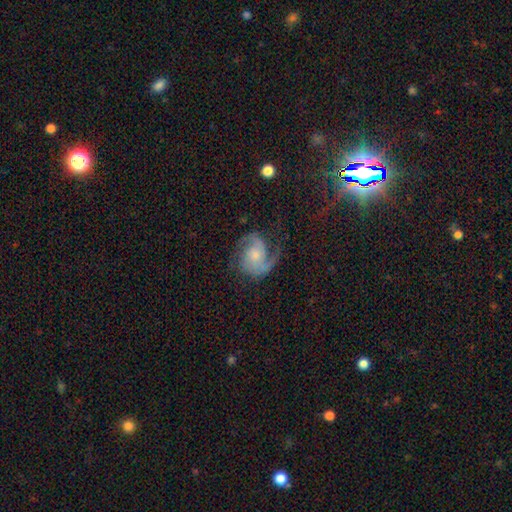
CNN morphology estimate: Smooth or featured? Predicted: featured or disk (p=0.84). Edge-on disk? Predicted: no (p=0.98). Bar? Predicted: no (p=0.69). Spiral arms? Predicted: yes (p=0.97). Spiral winding? Predicted: medium (p=0.49). Spiral arm count? Predicted: 2 (p=0.72). Bulge size? Predicted: small (p=0.49). Merging? Predicted: none (p=0.62).